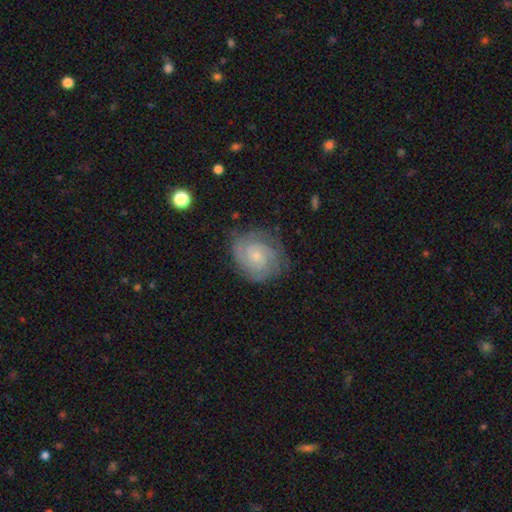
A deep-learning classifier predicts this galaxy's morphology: This appears to be a featured or disk galaxy (80%) with no bar (71%), 2 (42%) tight (69%) spiral arms (95%) and a small central bulge (74%). Merging: none (75%).